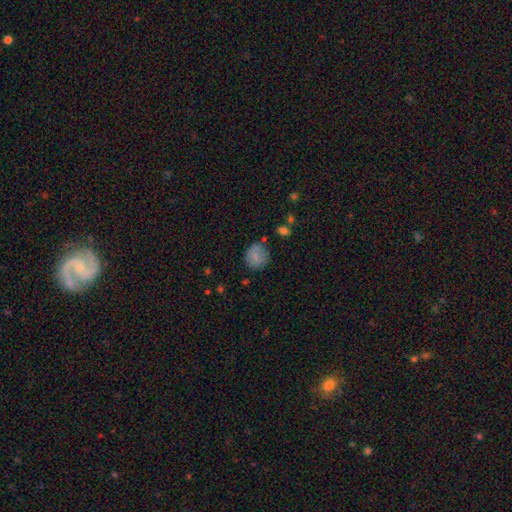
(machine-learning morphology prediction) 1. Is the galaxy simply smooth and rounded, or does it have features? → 81% smooth, 10% featured or disk, 10% star or artifact.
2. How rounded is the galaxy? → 72% round, 27% in between, 1% cigar-shaped.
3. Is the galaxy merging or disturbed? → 71% none, 20% minor disturbance, 6% major disturbance, 3% merger.